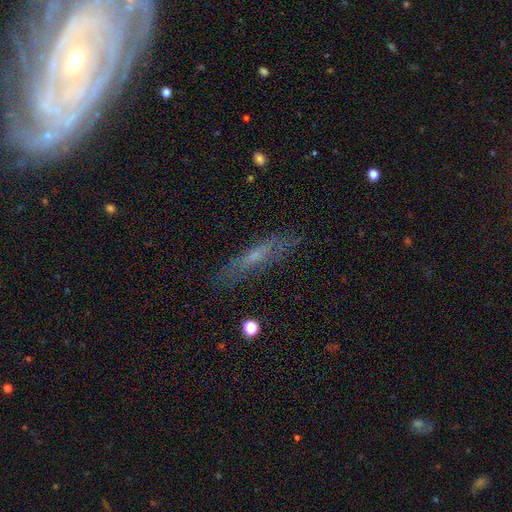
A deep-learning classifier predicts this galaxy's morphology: A featured or disk galaxy (47%).

Vote fractions:
- Smooth or featured? featured or disk: 47% / smooth: 43% / star or artifact: 10%
- Merging? none: 78% / minor disturbance: 15% / major disturbance: 5% / merger: 2%